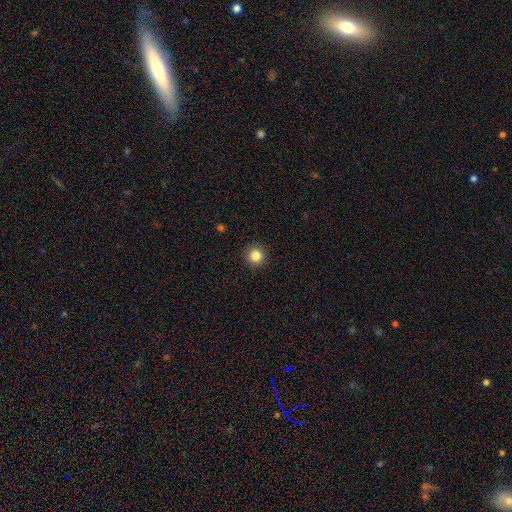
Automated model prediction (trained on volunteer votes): Smooth or featured? smooth (84%)
How rounded? round (95%)
Merging? none (93%)